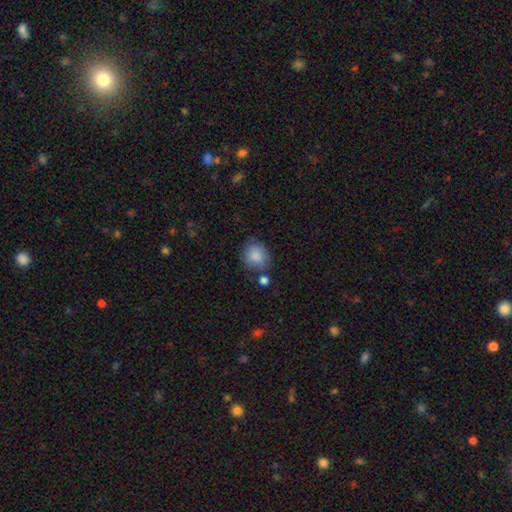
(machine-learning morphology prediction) This appears to be a smooth galaxy with no disk features (85%) that is round (75%). Merging: none (67%).